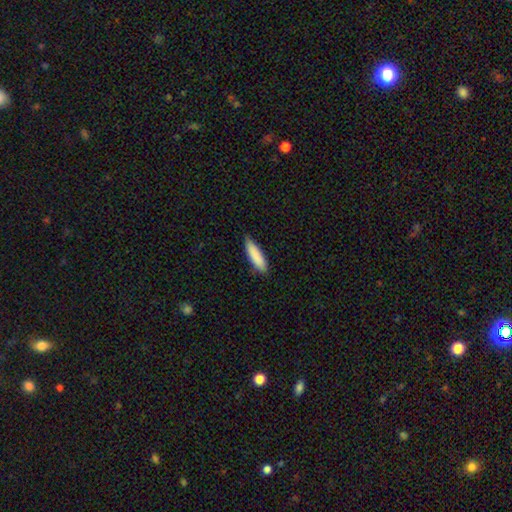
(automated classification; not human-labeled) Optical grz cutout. It shows a smooth galaxy with no disk features (87%) that is cigar-shaped (64%). Merging: none (81%).